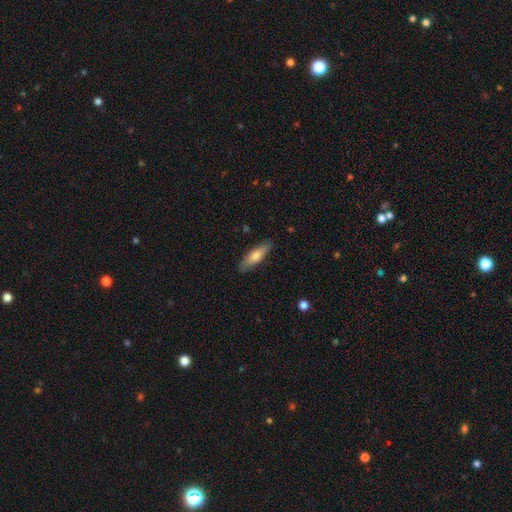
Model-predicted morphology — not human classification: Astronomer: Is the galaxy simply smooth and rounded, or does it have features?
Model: smooth — 70%.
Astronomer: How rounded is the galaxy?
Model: cigar-shaped — 56% (runner-up: in between, 42%).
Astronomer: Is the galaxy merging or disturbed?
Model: none — 86%.